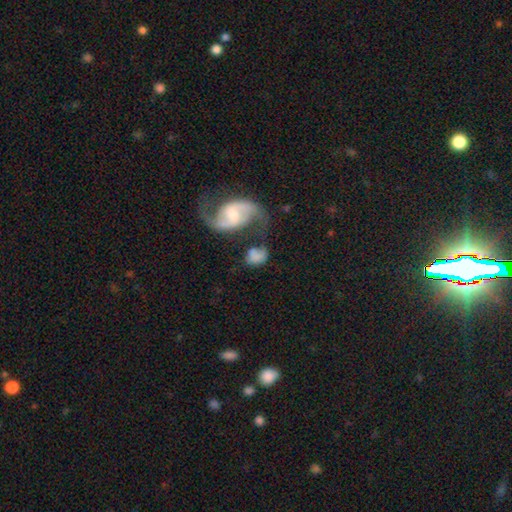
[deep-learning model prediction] The model was most divided on "smooth or featured": smooth: 47%, featured or disk: 44%, star or artifact: 9%. Remaining: merging — none (38%).